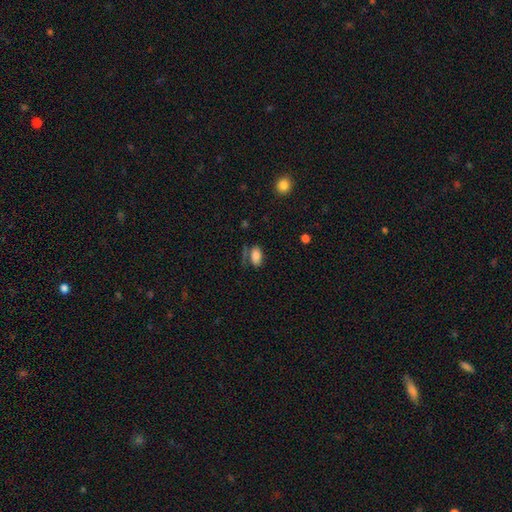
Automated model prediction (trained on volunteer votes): Q: Smooth or featured?
A: smooth (81%); runner-up: star or artifact (10%)
Q: How rounded?
A: in between (91%); runner-up: round (5%)
Q: Merging?
A: none (61%); runner-up: minor disturbance (20%)